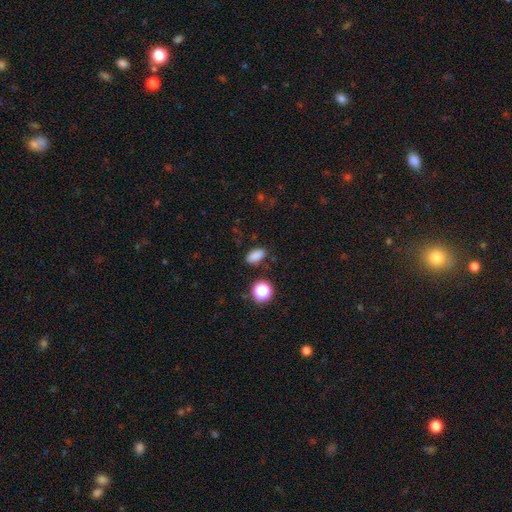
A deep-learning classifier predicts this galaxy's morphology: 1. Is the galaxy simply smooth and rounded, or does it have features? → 83% smooth, 13% star or artifact, 4% featured or disk.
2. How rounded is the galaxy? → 87% in between, 10% round, 2% cigar-shaped.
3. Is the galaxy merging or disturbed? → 83% none, 11% minor disturbance, 3% major disturbance, 3% merger.